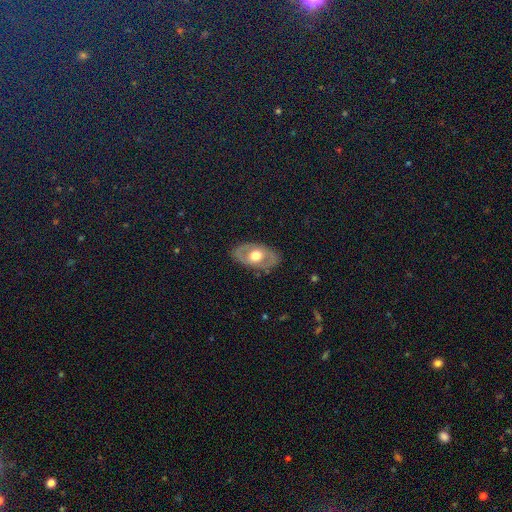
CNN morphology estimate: Smooth or featured? Predicted: featured or disk (p=0.58). Edge-on disk? Predicted: no (p=0.88). Bar? Predicted: no (p=0.80). Spiral arms? Predicted: no (p=0.72). Bulge size? Predicted: moderate (p=0.58). Merging? Predicted: none (p=0.82).